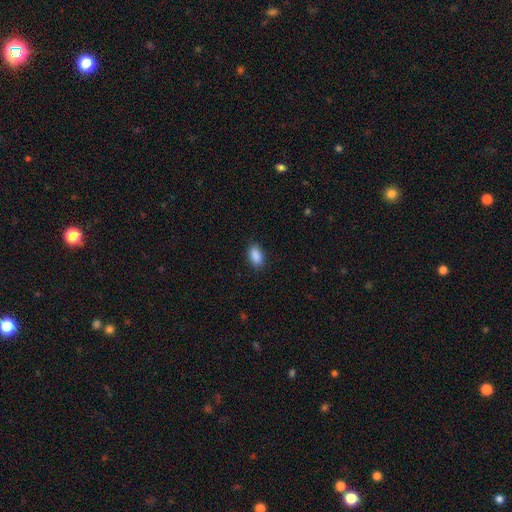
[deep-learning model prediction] Overall: smooth (90%). How rounded: in between (91%). Merging: none (87%).